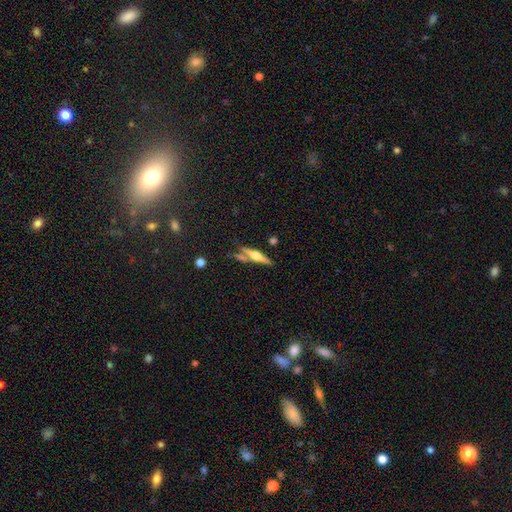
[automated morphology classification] A featured or disk galaxy (65%) viewed edge-on (95%) with a rounded central bulge (89%). Merging: none (65%).